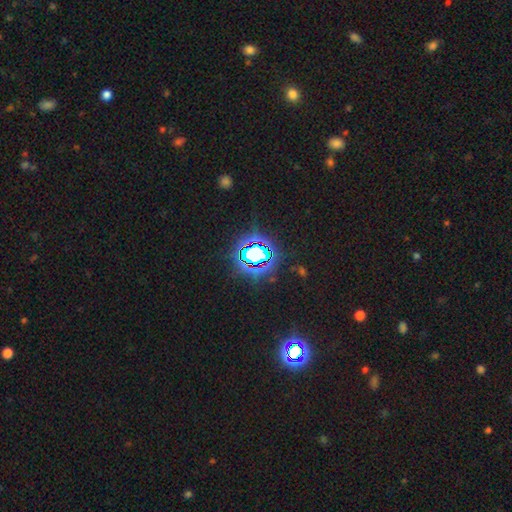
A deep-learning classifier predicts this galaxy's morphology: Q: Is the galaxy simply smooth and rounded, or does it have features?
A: star or artifact — 74%.